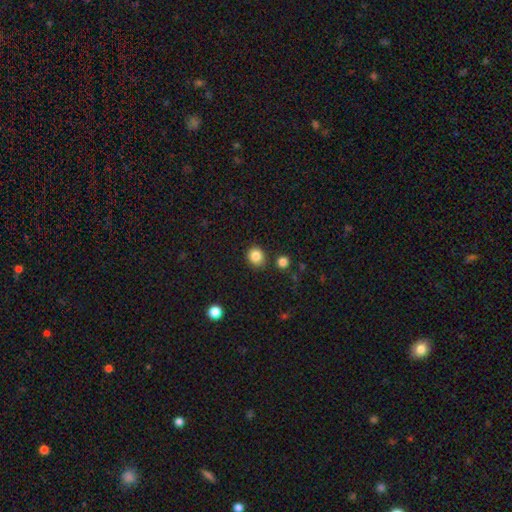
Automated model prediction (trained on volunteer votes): smooth 84%, star or artifact 10%, featured or disk 5%. Down the decision tree: how rounded — round (73%); merging — none (85%).